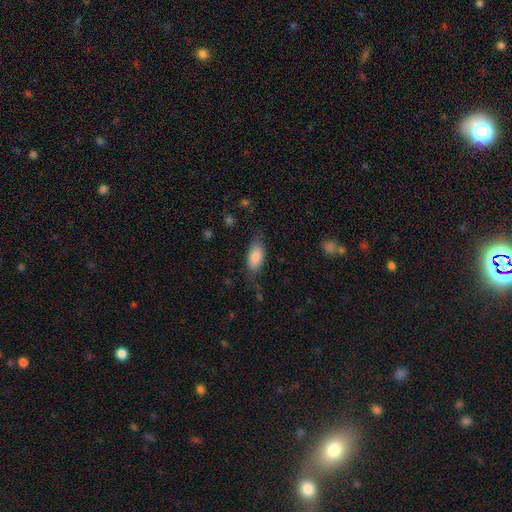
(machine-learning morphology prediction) A smooth galaxy with no disk features (83%) that is in between round and cigar-shaped (87%). Merging: none (67%).